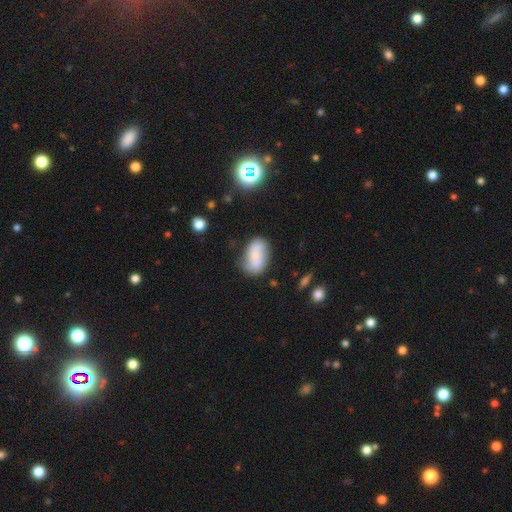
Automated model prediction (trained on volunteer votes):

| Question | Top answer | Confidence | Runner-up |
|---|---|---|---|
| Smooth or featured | smooth | 55% | featured or disk (37%) |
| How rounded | in between | 89% | round (9%) |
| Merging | none | 56% | minor disturbance (27%) |